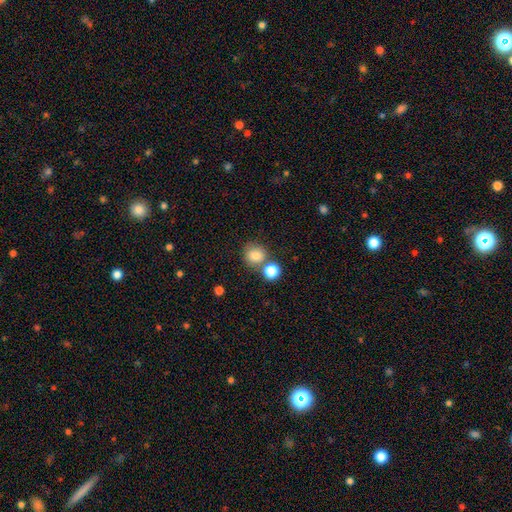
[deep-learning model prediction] Smooth or featured: smooth — 82% (star or artifact — 12%)
How rounded: round — 87% (in between — 12%)
Merging: none — 65% (merger — 22%)